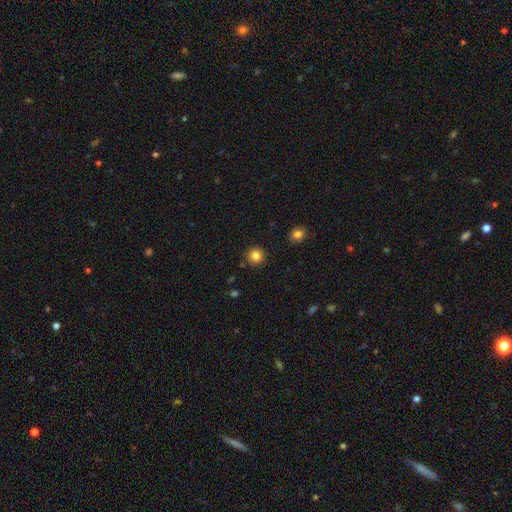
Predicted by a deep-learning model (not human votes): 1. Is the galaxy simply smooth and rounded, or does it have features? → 83% smooth, 11% star or artifact, 6% featured or disk.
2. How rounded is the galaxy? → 94% round, 5% in between, 1% cigar-shaped.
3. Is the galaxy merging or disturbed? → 90% none, 6% minor disturbance, 2% merger, 2% major disturbance.